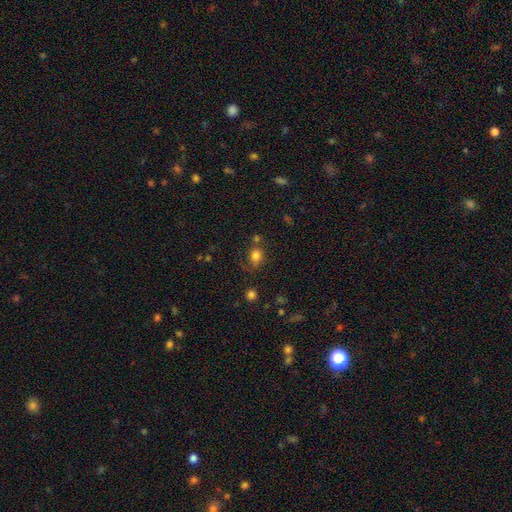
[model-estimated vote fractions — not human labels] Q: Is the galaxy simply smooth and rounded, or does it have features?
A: smooth — 79%.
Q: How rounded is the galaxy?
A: round — 57%.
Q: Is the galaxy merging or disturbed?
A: none — 57%.